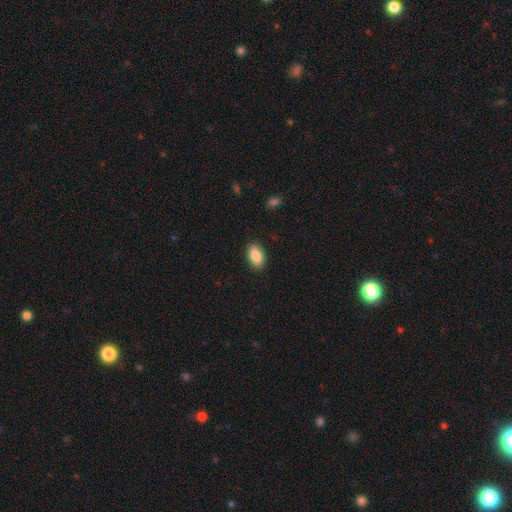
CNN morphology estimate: Smooth or featured? Predicted: smooth (p=0.87). How rounded? Predicted: in between (p=0.92). Merging? Predicted: none (p=0.89).